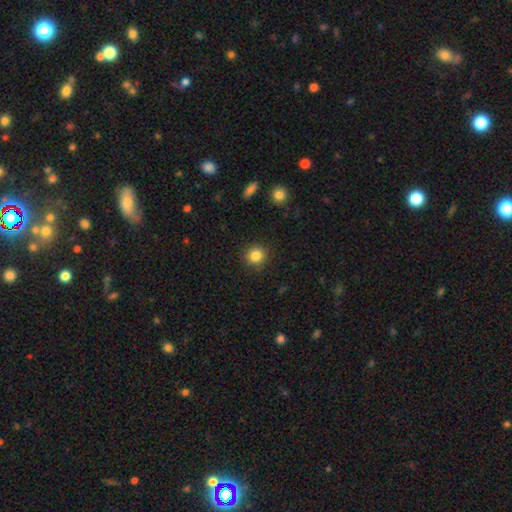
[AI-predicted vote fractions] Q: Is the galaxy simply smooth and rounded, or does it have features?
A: smooth — 85%.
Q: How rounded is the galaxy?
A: round — 92%.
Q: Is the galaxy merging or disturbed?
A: none — 90%.